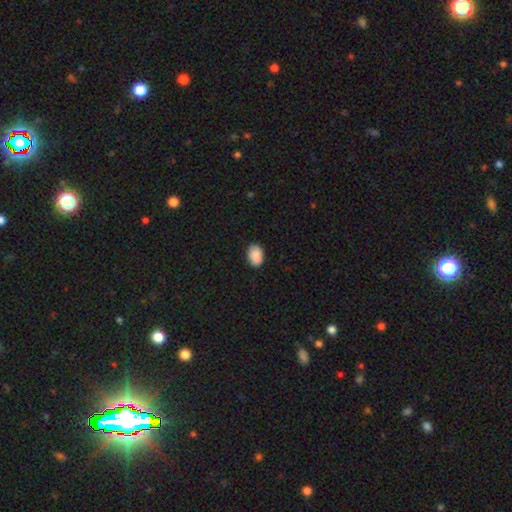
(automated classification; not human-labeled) A smooth galaxy with no disk features (88%) that is in between round and cigar-shaped (86%).

Vote fractions:
- Smooth or featured? smooth: 88% / star or artifact: 7% / featured or disk: 5%
- How rounded? in between: 86% / round: 13% / cigar-shaped: 1%
- Merging? none: 82% / minor disturbance: 14% / major disturbance: 2% / merger: 1%